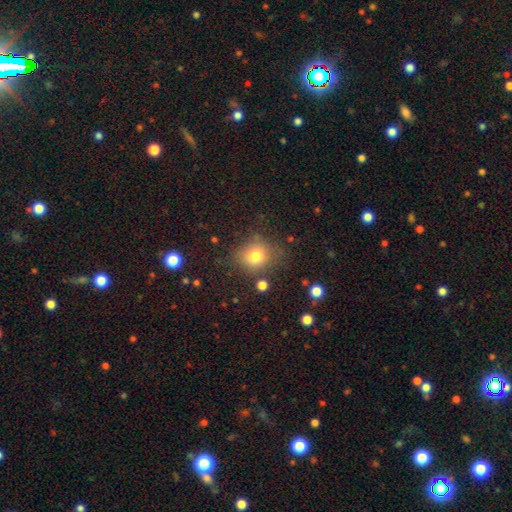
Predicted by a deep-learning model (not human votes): A smooth galaxy with no disk features (76%) that is round (75%). Merging: none (74%).